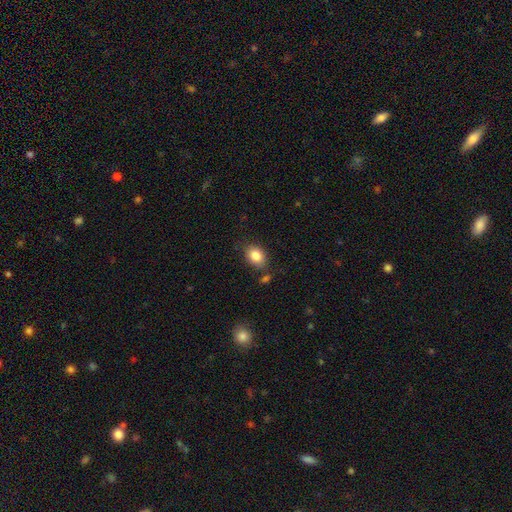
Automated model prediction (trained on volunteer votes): Smooth or featured?
  - smooth: 84% *
  - star or artifact: 8%
  - featured or disk: 7%
How rounded?
  - in between: 68% *
  - round: 31%
  - cigar-shaped: 1%
Merging?
  - none: 76% *
  - minor disturbance: 14%
  - merger: 5%
  - major disturbance: 4%